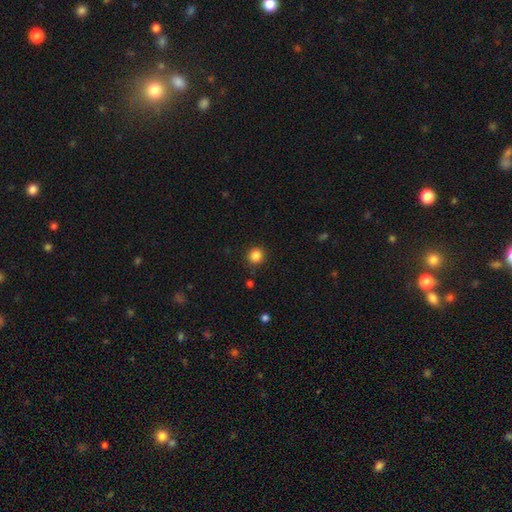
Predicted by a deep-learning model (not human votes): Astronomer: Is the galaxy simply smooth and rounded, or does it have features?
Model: smooth — 85%.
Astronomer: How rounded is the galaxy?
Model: round — 91%.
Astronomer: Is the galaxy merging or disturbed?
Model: none — 89%.